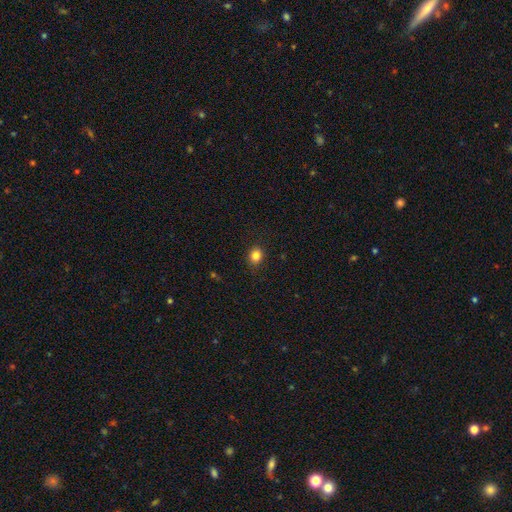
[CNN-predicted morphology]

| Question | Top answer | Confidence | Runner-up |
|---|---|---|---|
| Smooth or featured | smooth | 84% | star or artifact (12%) |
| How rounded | round | 65% | in between (34%) |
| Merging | none | 88% | minor disturbance (9%) |